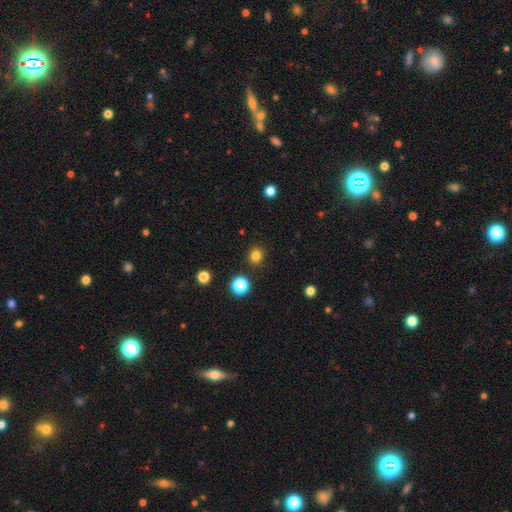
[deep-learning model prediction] Smooth or featured? Predicted: smooth (p=0.81). How rounded? Predicted: round (p=0.85). Merging? Predicted: none (p=0.89).